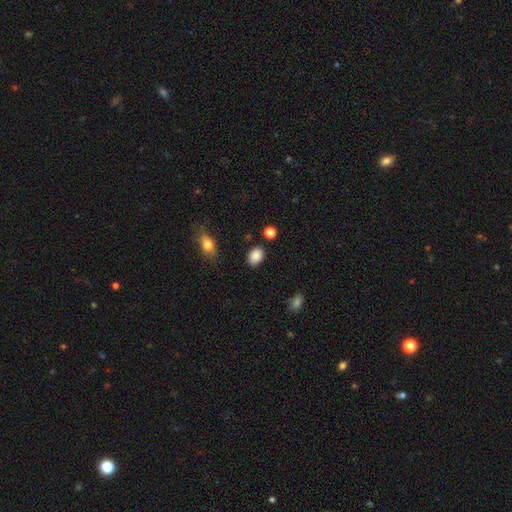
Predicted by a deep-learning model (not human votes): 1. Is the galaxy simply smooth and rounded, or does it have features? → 88% smooth, 8% star or artifact, 4% featured or disk.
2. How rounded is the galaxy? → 69% in between, 29% round, 1% cigar-shaped.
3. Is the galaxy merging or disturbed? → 84% none, 10% minor disturbance, 3% major disturbance, 3% merger.